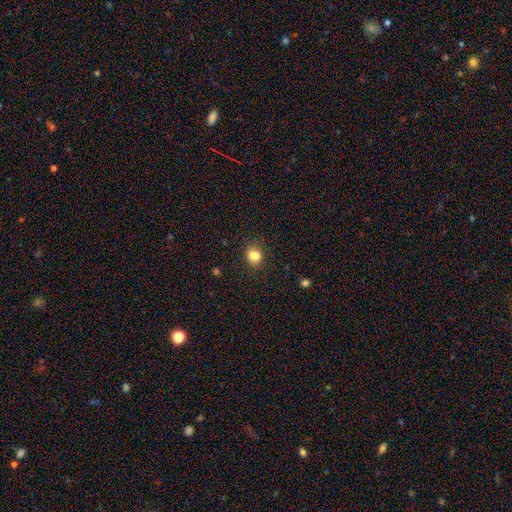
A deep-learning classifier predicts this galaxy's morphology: smooth 81%, star or artifact 12%, featured or disk 7%. Down the decision tree: how rounded — round (60%); merging — none (71%).